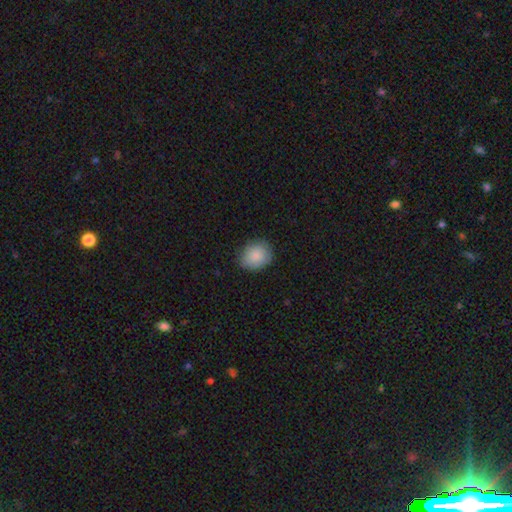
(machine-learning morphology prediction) Q: Smooth or featured?
A: smooth (87%); runner-up: star or artifact (7%)
Q: How rounded?
A: round (61%); runner-up: in between (38%)
Q: Merging?
A: none (81%); runner-up: minor disturbance (15%)